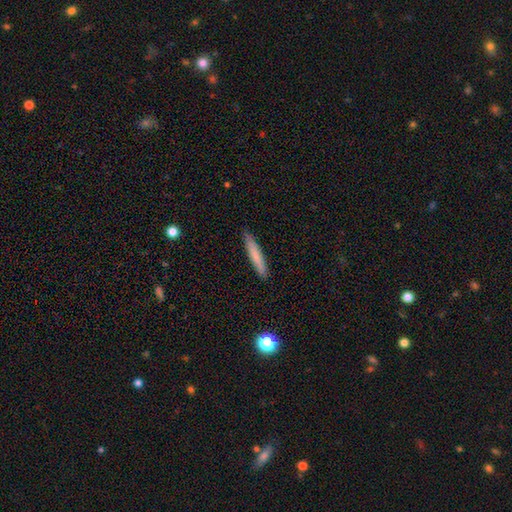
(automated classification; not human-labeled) The model was most divided on "smooth or featured": smooth: 73%, featured or disk: 21%, star or artifact: 6%. More confident: how rounded — cigar-shaped (93%); merging — none (89%).